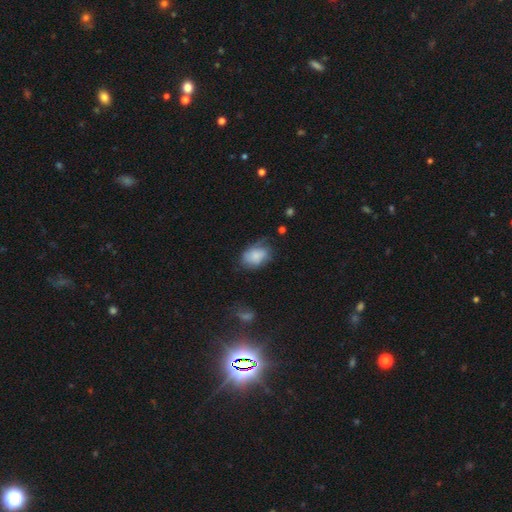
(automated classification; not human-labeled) This is likely a smooth galaxy (71%). How rounded: clearly in between (83%). Merging: possibly none (48%).